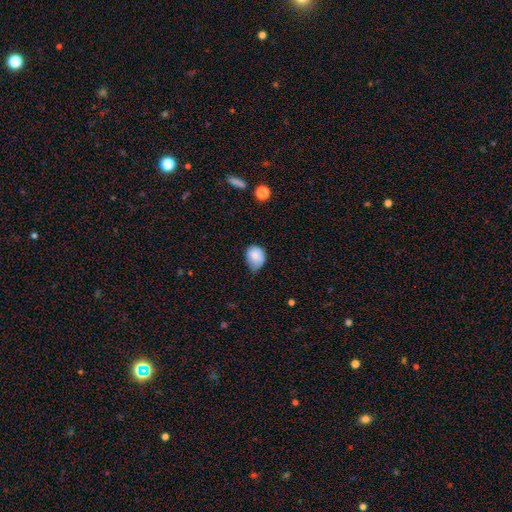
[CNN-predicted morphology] Smooth or featured?
  - smooth: 84% *
  - star or artifact: 8%
  - featured or disk: 8%
How rounded?
  - in between: 52% *
  - round: 47%
  - cigar-shaped: 1%
Merging?
  - none: 46% *
  - minor disturbance: 45%
  - major disturbance: 8%
  - merger: 2%